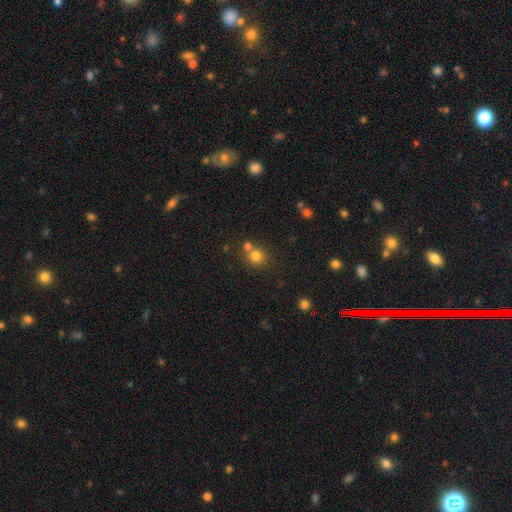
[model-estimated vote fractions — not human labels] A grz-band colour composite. It shows a smooth galaxy with no disk features (78%) that is round (87%). Merging: none (60%).